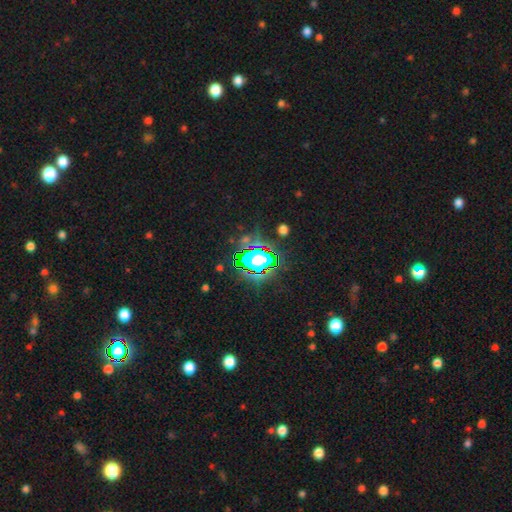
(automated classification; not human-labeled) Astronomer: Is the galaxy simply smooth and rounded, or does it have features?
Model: star or artifact — 59%.